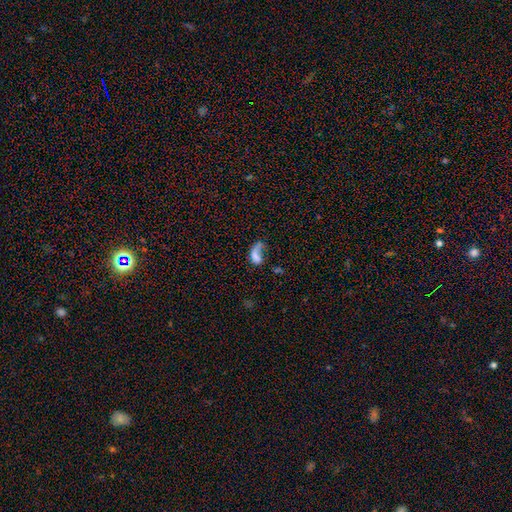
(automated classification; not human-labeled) This appears to be a smooth galaxy with no disk features (54%) that is in between round and cigar-shaped (82%). Merging: major disturbance (47%).